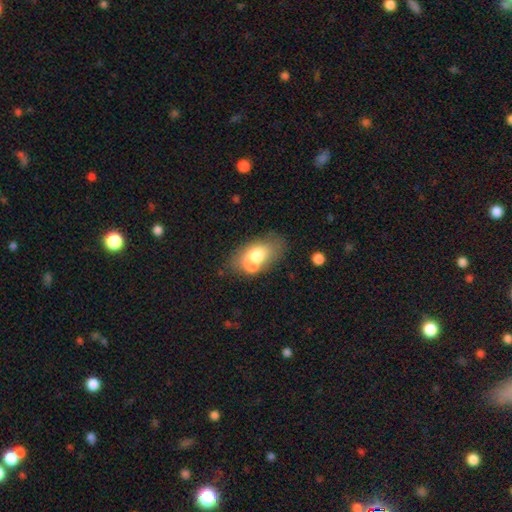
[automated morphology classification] Smooth or featured? smooth (65%)
How rounded? in between (86%)
Merging? none (41%)